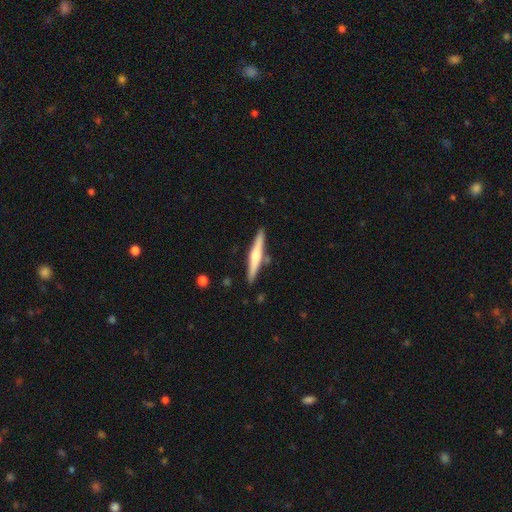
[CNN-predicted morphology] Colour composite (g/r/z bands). It shows a featured or disk galaxy (53%) viewed edge-on (97%) with a rounded central bulge (68%). Merging: none (85%).